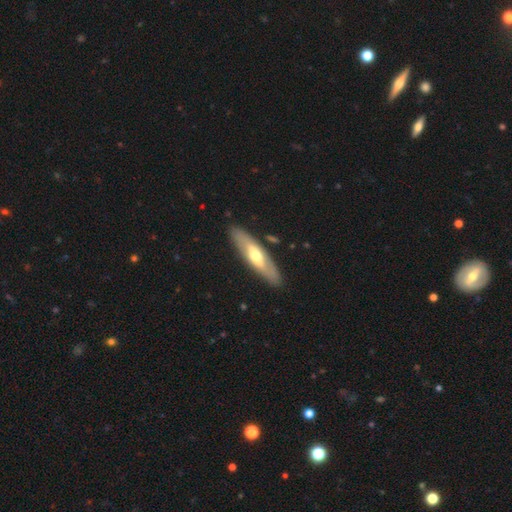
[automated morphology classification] A featured or disk galaxy (53%).

Vote fractions:
- Smooth or featured? featured or disk: 53% / smooth: 43% / star or artifact: 5%
- Edge-on disk? no: 53% / yes: 47%
- Merging? none: 87% / minor disturbance: 9% / major disturbance: 2% / merger: 2%